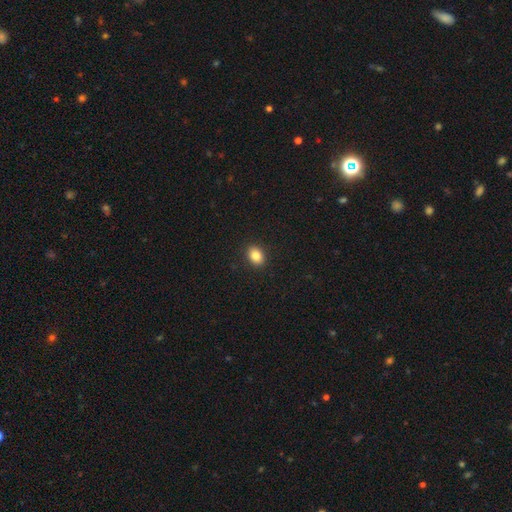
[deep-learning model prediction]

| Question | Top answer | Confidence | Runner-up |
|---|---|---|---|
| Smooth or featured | smooth | 85% | star or artifact (9%) |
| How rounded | in between | 68% | round (31%) |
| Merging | none | 91% | minor disturbance (7%) |